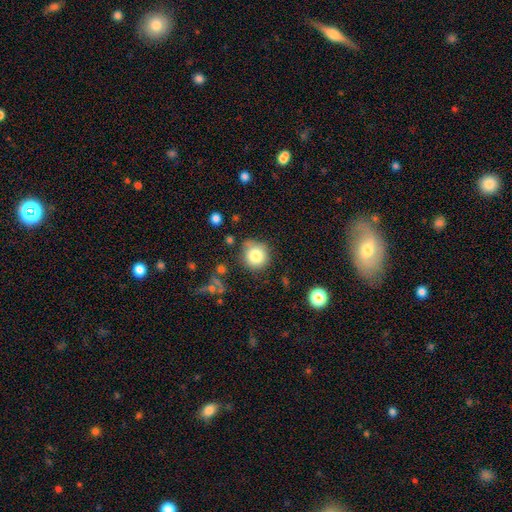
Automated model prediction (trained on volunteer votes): Q: Smooth or featured?
A: smooth (82%); runner-up: star or artifact (10%)
Q: How rounded?
A: round (90%); runner-up: in between (9%)
Q: Merging?
A: none (72%); runner-up: minor disturbance (18%)